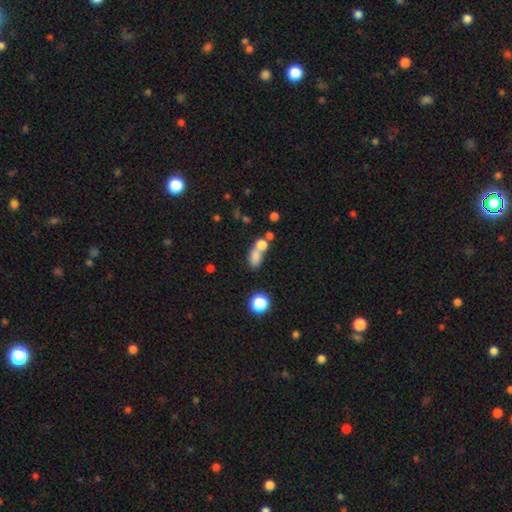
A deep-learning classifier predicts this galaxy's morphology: This is likely a smooth galaxy (74%). How rounded: likely in between (69%). Merging: possibly merger (54%).